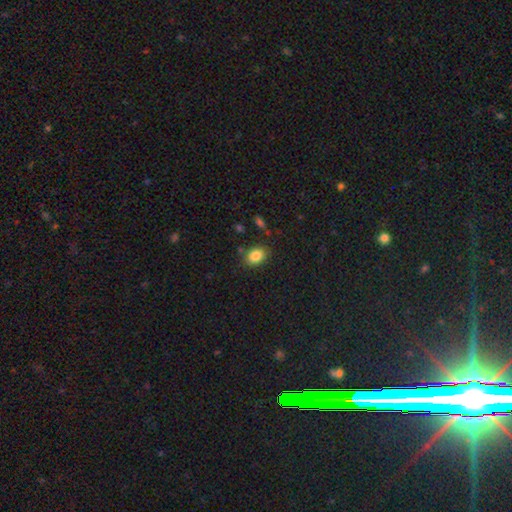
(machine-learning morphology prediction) Smooth or featured? smooth (85%)
How rounded? in between (72%)
Merging? none (84%)